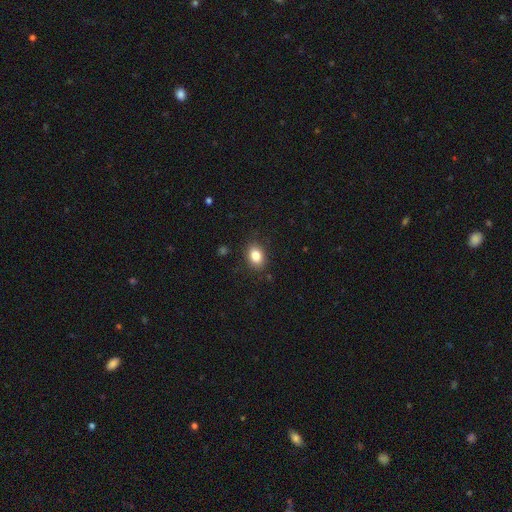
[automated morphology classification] Smooth or featured?
  - smooth: 84% *
  - star or artifact: 9%
  - featured or disk: 7%
How rounded?
  - in between: 72% *
  - round: 27%
  - cigar-shaped: 1%
Merging?
  - none: 85% *
  - minor disturbance: 11%
  - major disturbance: 3%
  - merger: 1%